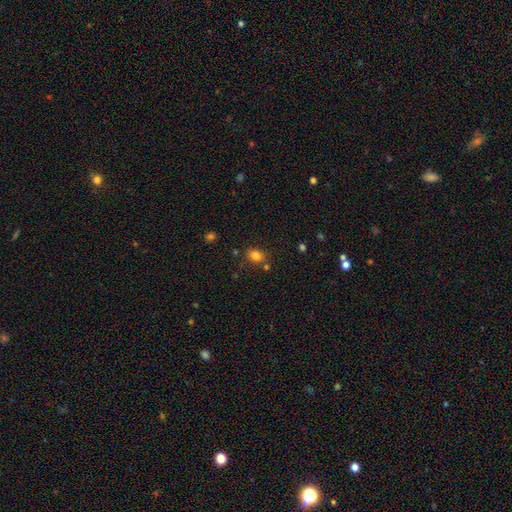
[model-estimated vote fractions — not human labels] Morphology: type=smooth (81%); roundness=in between (59%); merging=none (74%).